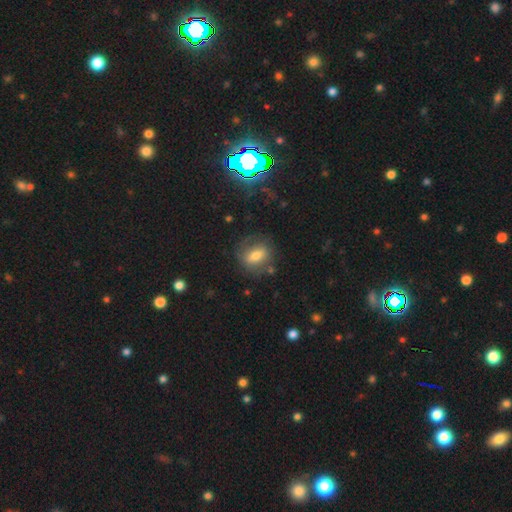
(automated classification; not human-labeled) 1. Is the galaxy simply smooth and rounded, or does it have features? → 60% smooth, 30% featured or disk, 10% star or artifact.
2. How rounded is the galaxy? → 52% in between, 45% round, 3% cigar-shaped.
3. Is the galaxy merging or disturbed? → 71% none, 17% minor disturbance, 9% major disturbance, 3% merger.